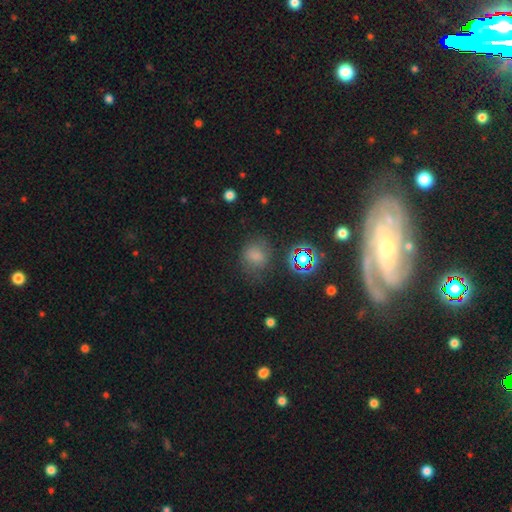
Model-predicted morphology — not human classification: smooth 66%, star or artifact 24%, featured or disk 11%. Down the decision tree: how rounded — round (64%); merging — none (66%).